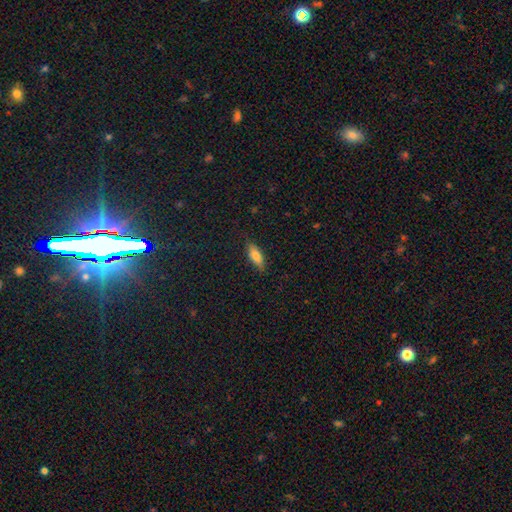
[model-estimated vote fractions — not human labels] smooth 76%, featured or disk 17%, star or artifact 7%. Down the decision tree: how rounded — in between (67%); merging — none (84%).